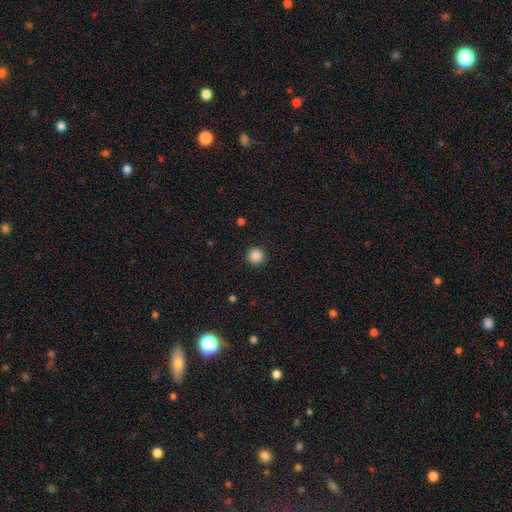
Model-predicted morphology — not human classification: Smooth or featured? smooth (87%)
How rounded? round (94%)
Merging? none (92%)